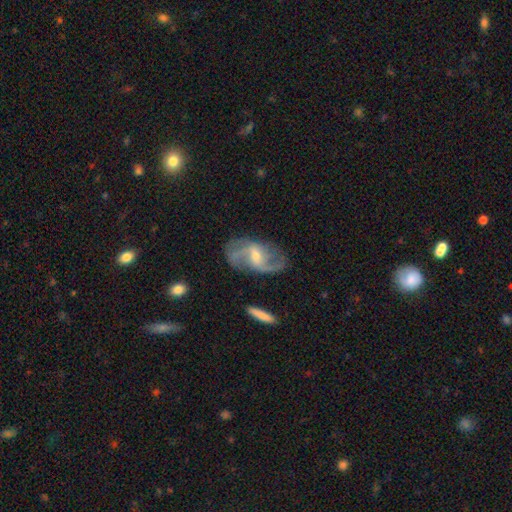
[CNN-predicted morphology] A featured or disk galaxy (84%) with a weak bar (51%), 2 (76%) loose (50%) spiral arms (94%) and a small central bulge (55%).

Vote fractions:
- Smooth or featured? featured or disk: 84% / smooth: 10% / star or artifact: 6%
- Edge-on disk? no: 96% / yes: 4%
- Bar? weak: 51% / no: 30% / strong: 18%
- Spiral arms? yes: 94% / no: 6%
- Spiral winding? loose: 50% / medium: 39% / tight: 11%
- Spiral arm count? 2: 76% / can't tell: 9% / 3: 8% / 1: 3% / 4: 3% / more than 4: 2%
- Bulge size? small: 55% / moderate: 39% / none: 3% / large: 2% / dominant: 1%
- Merging? none: 68% / minor disturbance: 19% / major disturbance: 11% / merger: 2%